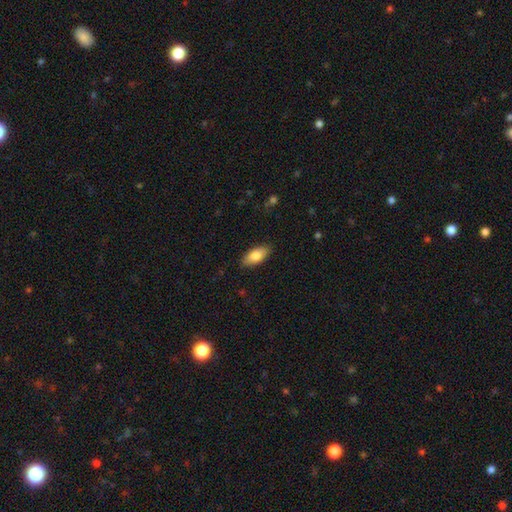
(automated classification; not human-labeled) Smooth or featured? Predicted: smooth (p=0.82). How rounded? Predicted: in between (p=0.87). Merging? Predicted: none (p=0.86).